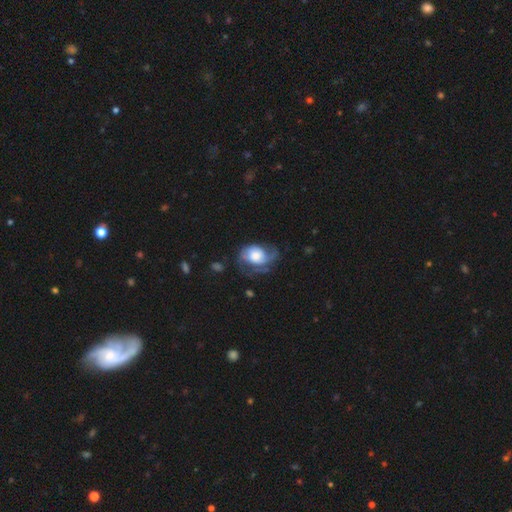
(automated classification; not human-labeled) Morphology: type=featured or disk (72%); edge-on=no (97%); bar=no (73%); spiral arms=yes (91%); winding=medium (43%); arm count=2 (55%); bulge=large (44%); merging=none (49%).